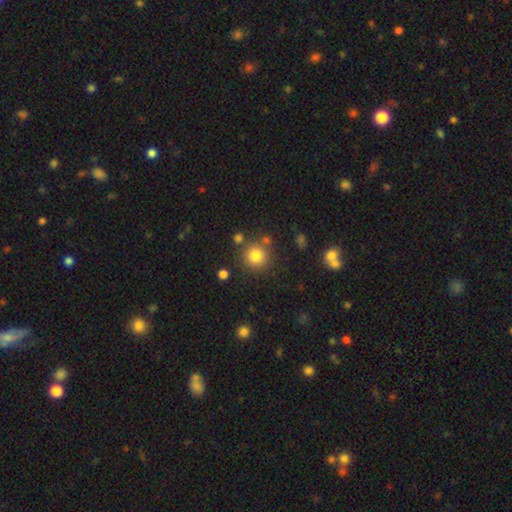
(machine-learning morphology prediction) smooth_or_featured: smooth (p=0.82) [alt: star or artifact p=0.12]
how_rounded: round (p=0.93) [alt: in between p=0.06]
merging: none (p=0.80) [alt: minor disturbance p=0.09]